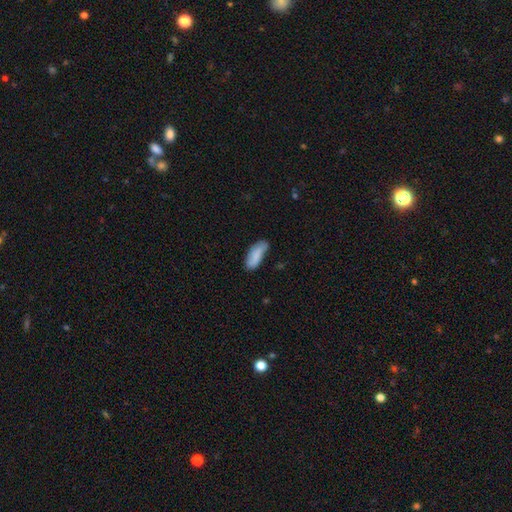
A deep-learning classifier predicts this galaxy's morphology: type=smooth (82%); roundness=in between (77%); merging=none (64%).